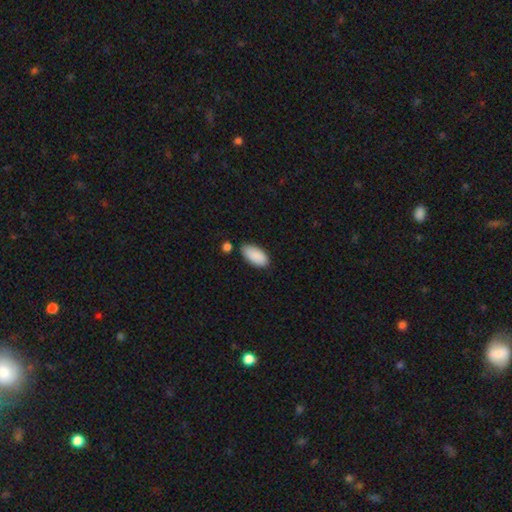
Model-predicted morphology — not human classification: smooth-or-featured: smooth: 90% | star or artifact: 6% | featured or disk: 4%
  how-rounded: in between: 94% | cigar-shaped: 4% | round: 2%
  merging: none: 75% | minor disturbance: 16% | merger: 6% | major disturbance: 3%